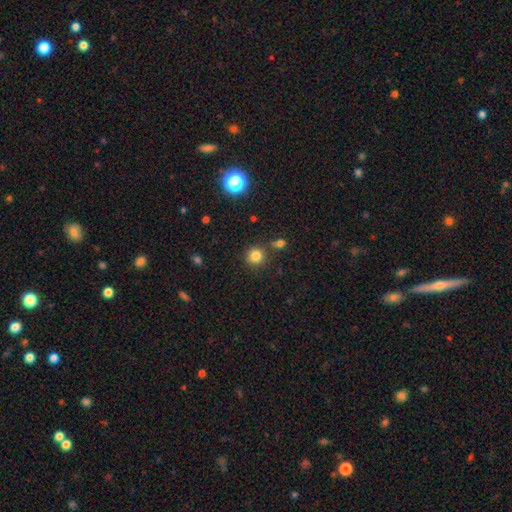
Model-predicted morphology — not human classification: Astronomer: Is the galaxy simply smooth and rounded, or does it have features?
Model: smooth — 82%.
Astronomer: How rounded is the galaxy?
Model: round — 92%.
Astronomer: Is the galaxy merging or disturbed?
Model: none — 81%.